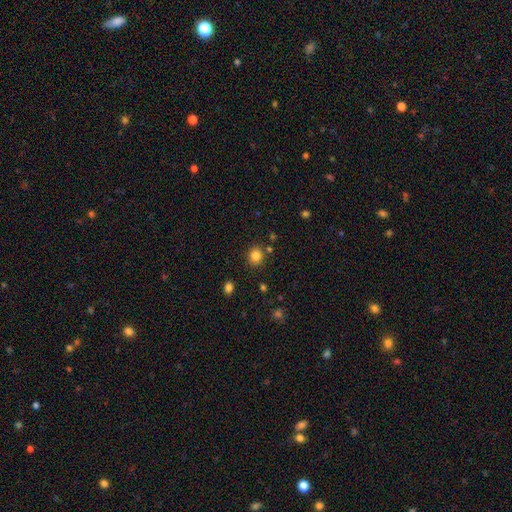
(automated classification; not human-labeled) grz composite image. It shows a smooth galaxy with no disk features (83%) that is round (84%). Merging: none (84%).